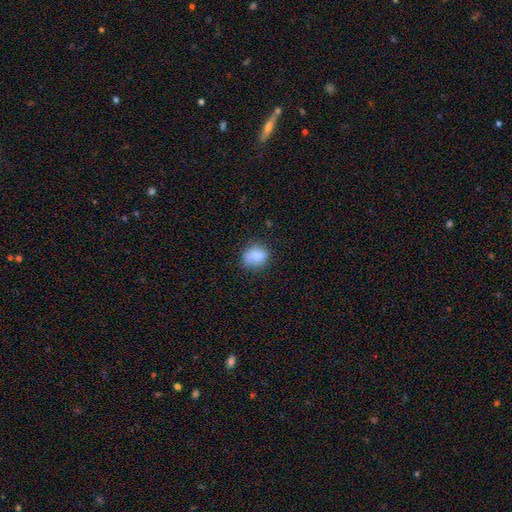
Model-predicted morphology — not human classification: Smooth or featured: smooth — 84% (star or artifact — 8%)
How rounded: round — 50% (in between — 49%)
Merging: none — 70% (minor disturbance — 22%)